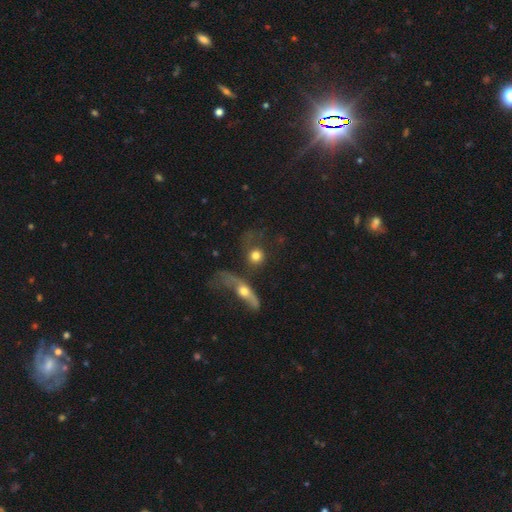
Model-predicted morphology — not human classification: Overall: smooth (67%). How rounded: round (82%). Merging: none (40%; merger 27%).